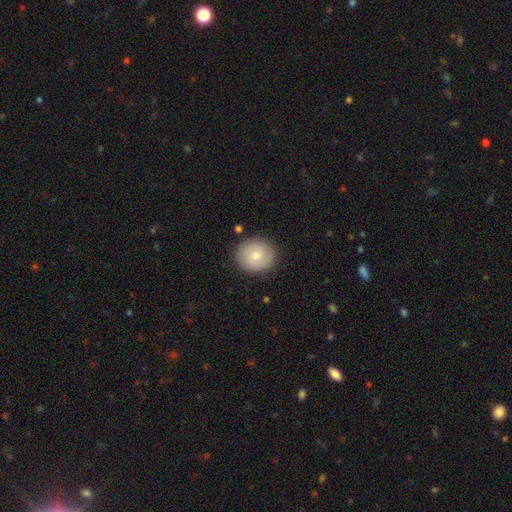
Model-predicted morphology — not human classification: A smooth galaxy with no disk features (75%) that is round (83%). Merging: none (87%).